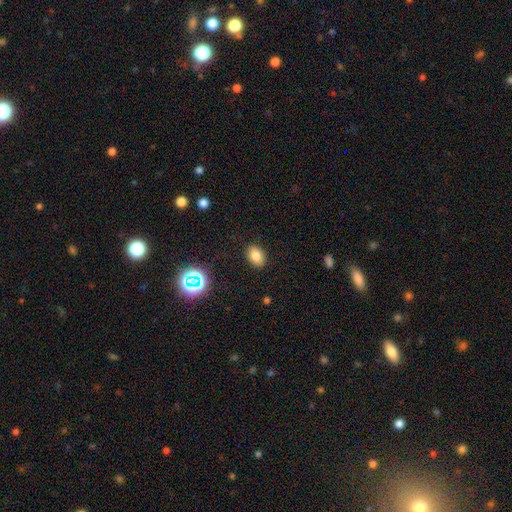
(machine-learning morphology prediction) A smooth galaxy with no disk features (79%) that is in between round and cigar-shaped (80%).

Vote fractions:
- Smooth or featured? smooth: 79% / star or artifact: 13% / featured or disk: 8%
- How rounded? in between: 80% / round: 19% / cigar-shaped: 1%
- Merging? none: 88% / minor disturbance: 9% / major disturbance: 3% / merger: 1%